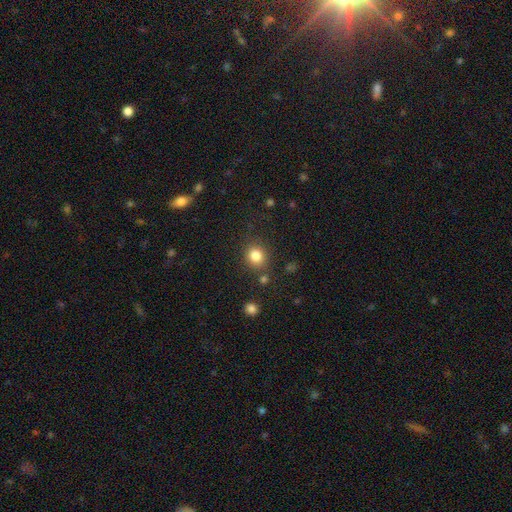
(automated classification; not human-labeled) A smooth galaxy with no disk features (83%) that is round (81%).

Vote fractions:
- Smooth or featured? smooth: 83% / star or artifact: 12% / featured or disk: 5%
- How rounded? round: 81% / in between: 18% / cigar-shaped: 1%
- Merging? none: 81% / minor disturbance: 10% / merger: 5% / major disturbance: 4%